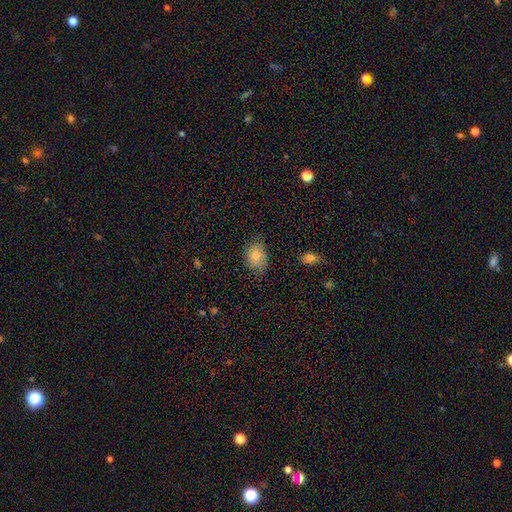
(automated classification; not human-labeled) This appears to be a smooth galaxy with no disk features (70%) that is in between round and cigar-shaped (74%). Merging: none (72%).